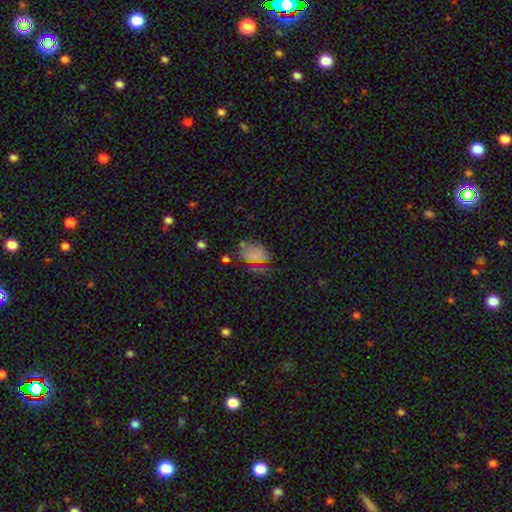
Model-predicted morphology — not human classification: A smooth galaxy with no disk features (66%) that is in between round and cigar-shaped (82%).

Vote fractions:
- Smooth or featured? smooth: 66% / featured or disk: 18% / star or artifact: 16%
- How rounded? in between: 82% / round: 16% / cigar-shaped: 2%
- Merging? none: 40% / minor disturbance: 26% / major disturbance: 21% / merger: 12%